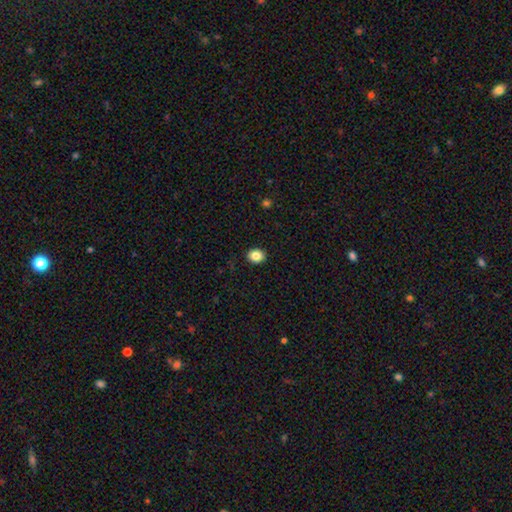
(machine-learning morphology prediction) Overall: smooth (85%). How rounded: round (64%; in between 35%). Merging: none (91%).